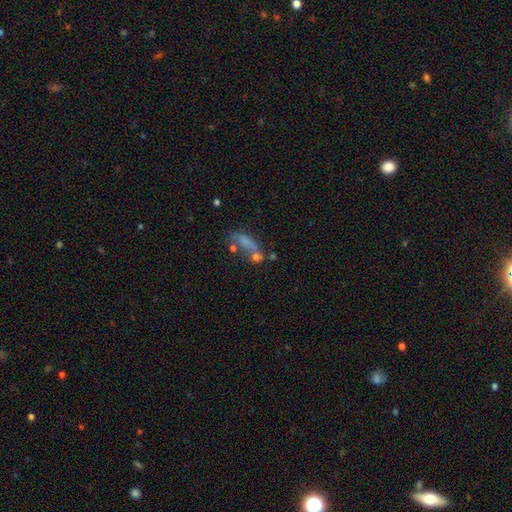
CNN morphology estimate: A smooth galaxy with no disk features (48%). Merging: merger (35%).